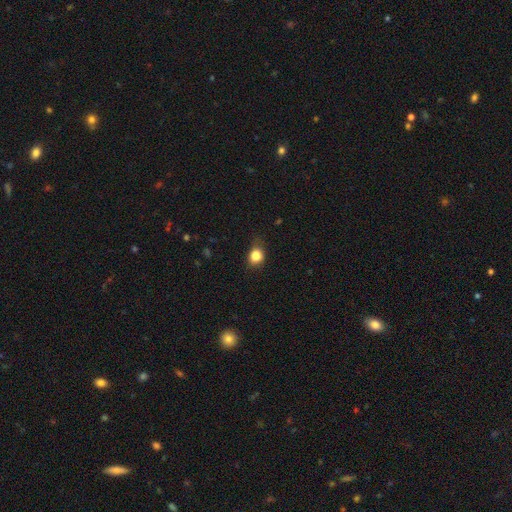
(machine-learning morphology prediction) smooth 83%, star or artifact 11%, featured or disk 6%. Down the decision tree: how rounded — round (66%); merging — none (68%).